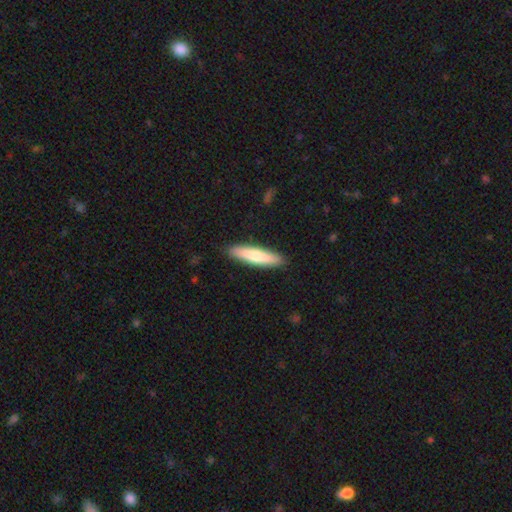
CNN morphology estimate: smooth-or-featured: smooth: 72% | featured or disk: 23% | star or artifact: 5%
  how-rounded: cigar-shaped: 81% | in between: 18% | round: 1%
  merging: none: 90% | minor disturbance: 8% | major disturbance: 2% | merger: 1%